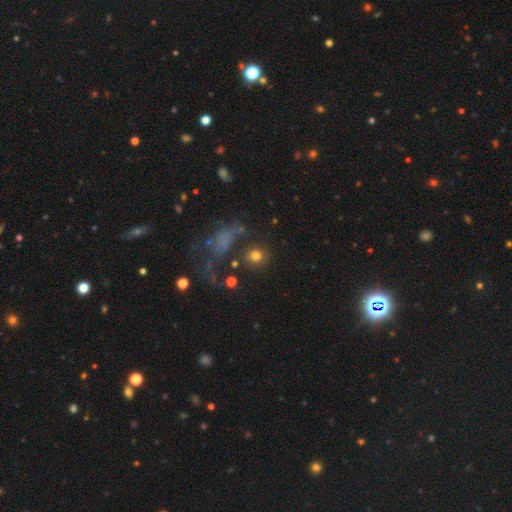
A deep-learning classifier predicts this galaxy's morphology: smooth-or-featured: smooth: 77% | star or artifact: 15% | featured or disk: 9%
  how-rounded: round: 88% | in between: 11% | cigar-shaped: 2%
  merging: none: 76% | minor disturbance: 10% | merger: 7% | major disturbance: 6%